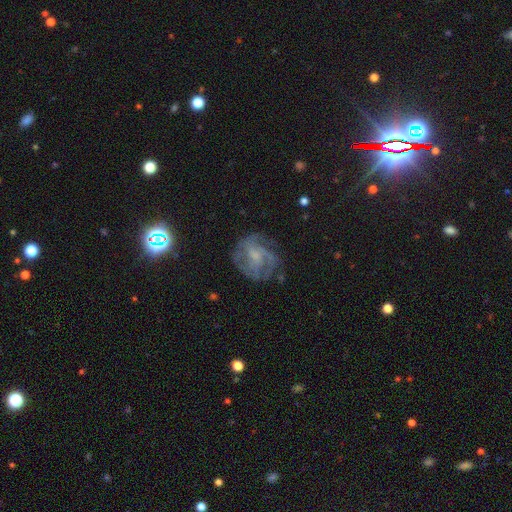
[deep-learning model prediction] The model was most divided on "spiral arm count": 3: 30%, can't tell: 29%, 4: 15%, 2: 15%, more than 4: 5%, 1: 5%. Remaining: edge-on disk — no (98%); spiral arms — yes (89%); smooth or featured — featured or disk (76%); merging — none (67%); bulge size — small (57%); bar — no (55%); spiral winding — medium (44%).